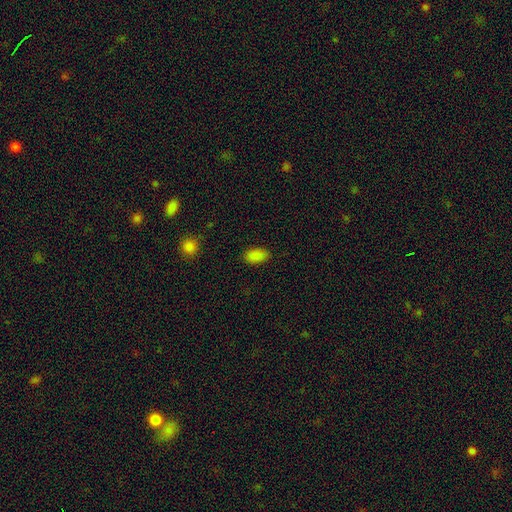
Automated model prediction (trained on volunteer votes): The model was most divided on "smooth or featured": smooth: 87%, star or artifact: 10%, featured or disk: 3%. More confident: how rounded — in between (93%); merging — none (87%).